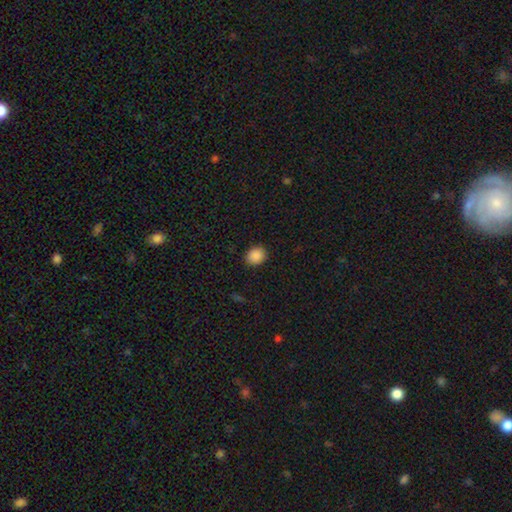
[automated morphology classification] smooth-or-featured: smooth: 88% | star or artifact: 9% | featured or disk: 3%
  how-rounded: round: 69% | in between: 31% | cigar-shaped: 1%
  merging: none: 90% | minor disturbance: 7% | major disturbance: 2% | merger: 1%